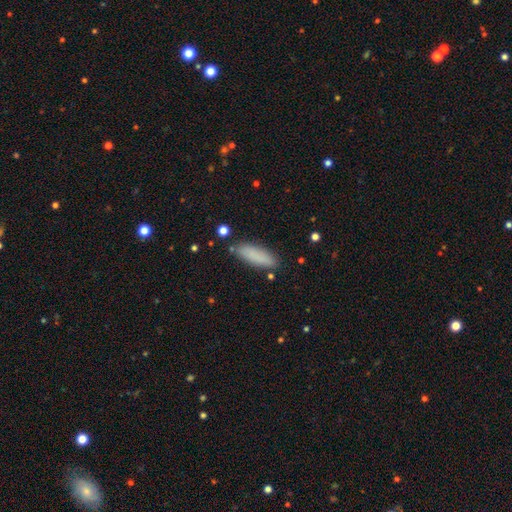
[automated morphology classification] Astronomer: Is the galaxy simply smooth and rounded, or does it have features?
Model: smooth — 86%.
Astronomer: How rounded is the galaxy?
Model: in between — 49%, tied with cigar-shaped at 49%.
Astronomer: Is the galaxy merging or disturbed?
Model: none — 84%.